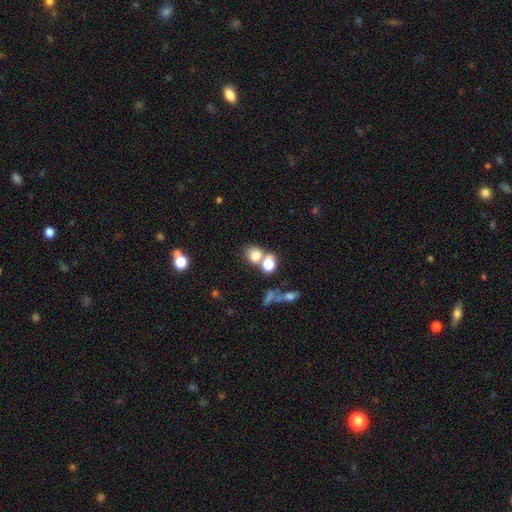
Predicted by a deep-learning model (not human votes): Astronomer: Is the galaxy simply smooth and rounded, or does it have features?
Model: smooth — 73%.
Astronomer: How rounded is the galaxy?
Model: round — 61% (runner-up: in between, 37%).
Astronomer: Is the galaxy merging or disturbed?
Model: merger — 47% (runner-up: none, 38%).